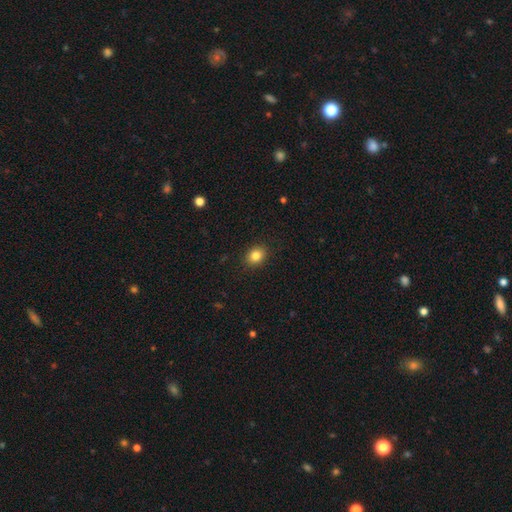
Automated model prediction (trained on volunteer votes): A smooth galaxy with no disk features (84%) that is round (52%).

Vote fractions:
- Smooth or featured? smooth: 84% / star or artifact: 10% / featured or disk: 6%
- How rounded? round: 52% / in between: 48% / cigar-shaped: 1%
- Merging? none: 90% / minor disturbance: 7% / major disturbance: 2% / merger: 1%